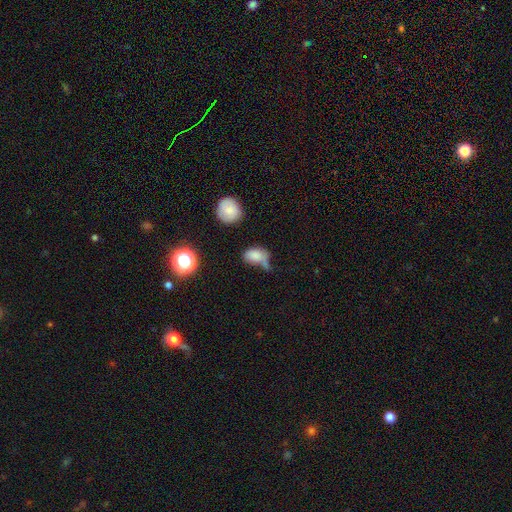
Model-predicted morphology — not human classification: This is likely a smooth galaxy (78%). How rounded: clearly in between (81%). Merging: marginally none (34%).